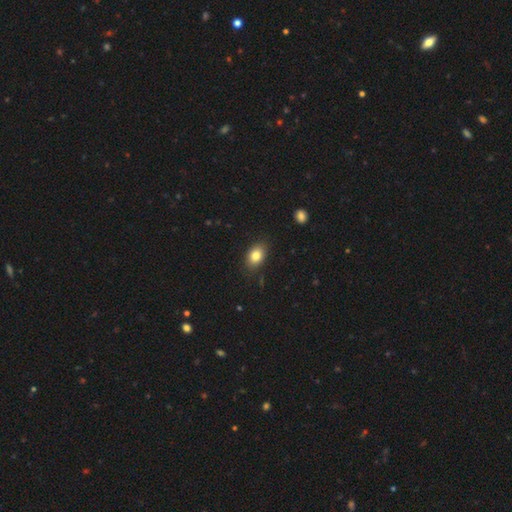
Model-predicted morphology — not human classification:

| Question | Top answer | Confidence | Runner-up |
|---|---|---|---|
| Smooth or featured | smooth | 83% | star or artifact (9%) |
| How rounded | in between | 81% | round (17%) |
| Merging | none | 84% | minor disturbance (12%) |